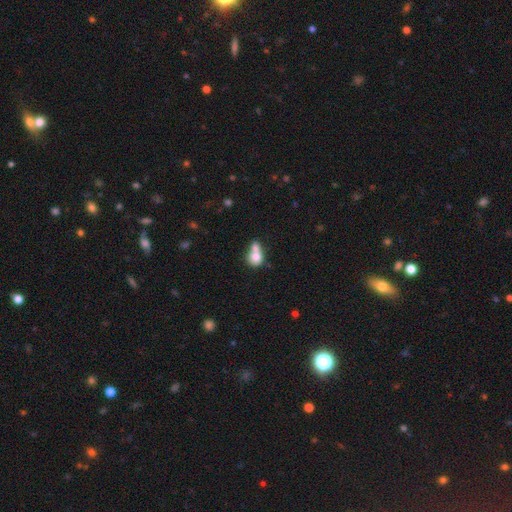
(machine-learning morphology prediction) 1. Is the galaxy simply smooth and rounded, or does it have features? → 74% smooth, 18% featured or disk, 8% star or artifact.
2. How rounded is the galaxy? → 57% round, 41% in between, 2% cigar-shaped.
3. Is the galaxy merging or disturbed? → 65% merger, 23% none, 8% minor disturbance, 5% major disturbance.